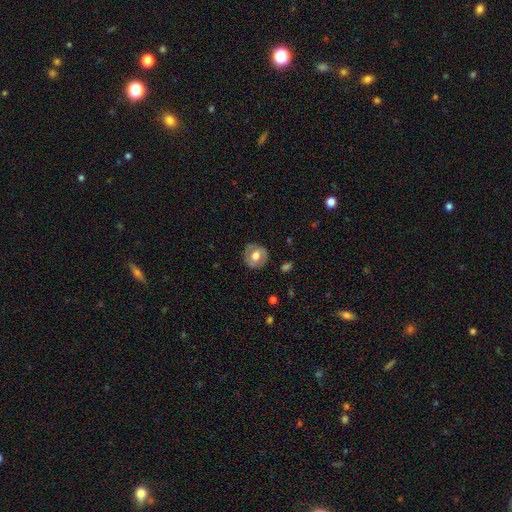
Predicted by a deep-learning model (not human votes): Overall: smooth (52%; featured or disk 40%). How rounded: round (80%). Merging: none (81%).